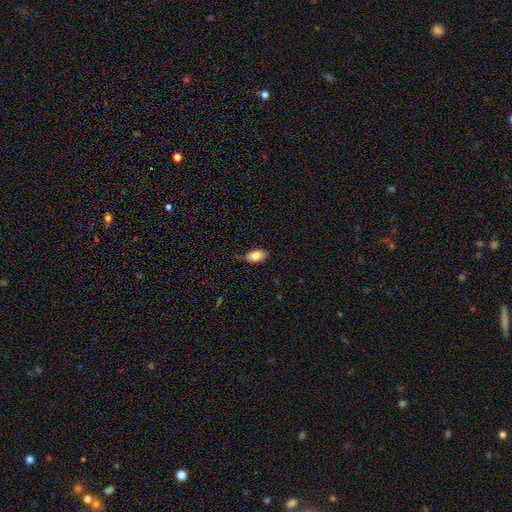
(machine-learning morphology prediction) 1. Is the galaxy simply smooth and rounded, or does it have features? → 85% smooth, 8% star or artifact, 7% featured or disk.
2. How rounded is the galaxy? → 92% in between, 6% round, 2% cigar-shaped.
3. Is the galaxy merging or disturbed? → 71% none, 23% minor disturbance, 4% major disturbance, 2% merger.